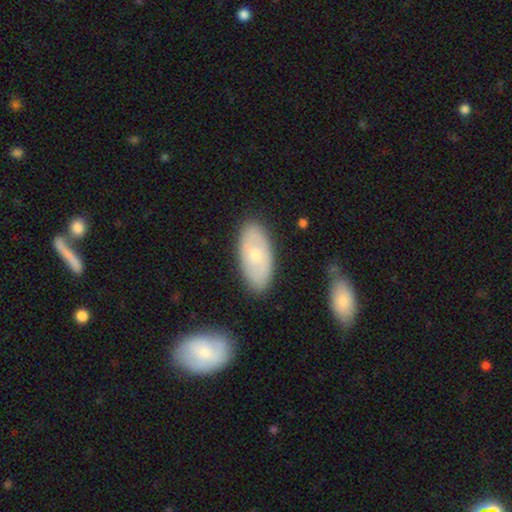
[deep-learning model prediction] Overall: smooth (59%; featured or disk 36%). How rounded: in between (93%). Merging: none (80%).